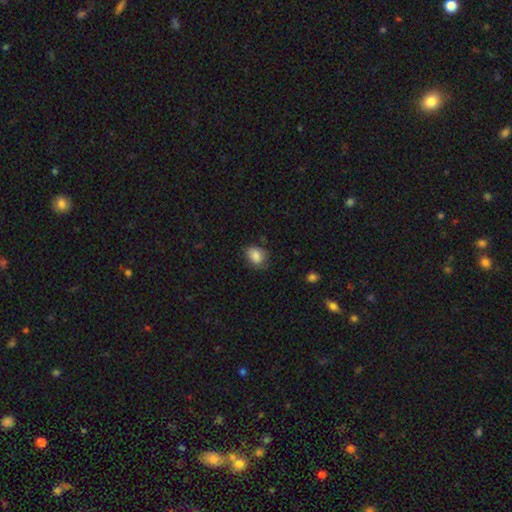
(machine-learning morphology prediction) The model was most divided on "how rounded": in between: 65%, round: 34%, cigar-shaped: 1%. More confident: smooth or featured — smooth (85%); merging — none (70%).